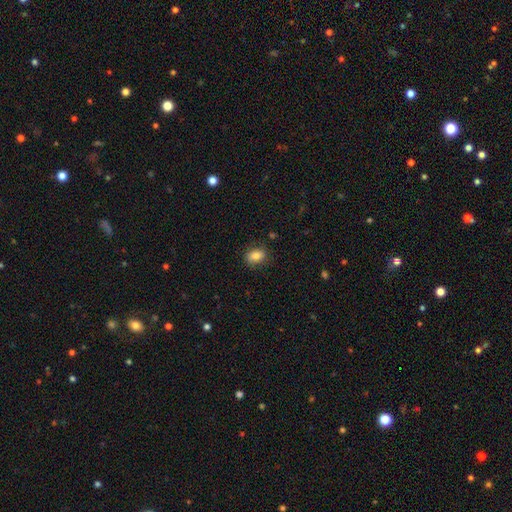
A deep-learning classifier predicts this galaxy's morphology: This is clearly a smooth galaxy (83%). How rounded: likely in between (77%). Merging: clearly none (83%).